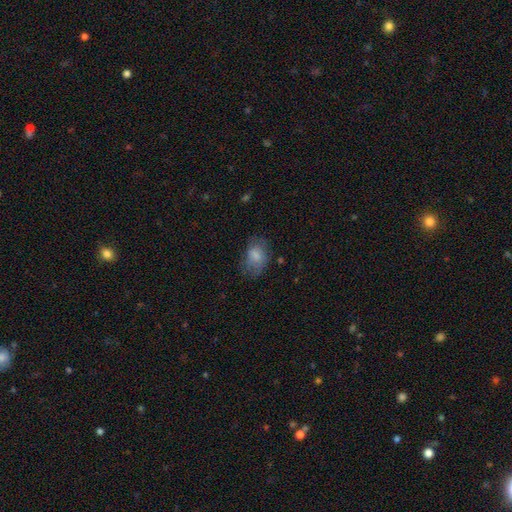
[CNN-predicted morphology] type=smooth (77%); roundness=in between (82%); merging=none (58%).